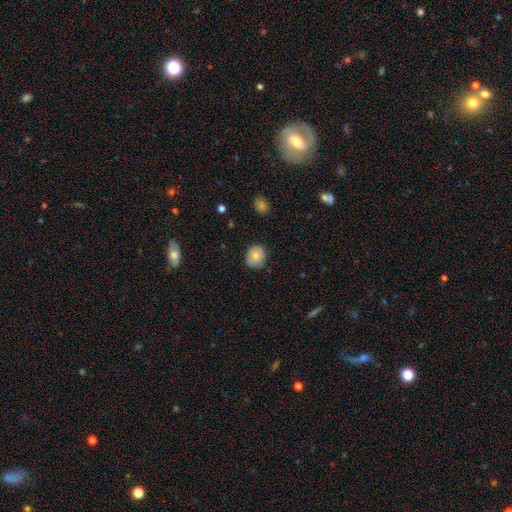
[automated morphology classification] Q: Smooth or featured?
A: smooth (80%); runner-up: featured or disk (11%)
Q: How rounded?
A: round (78%); runner-up: in between (22%)
Q: Merging?
A: none (84%); runner-up: minor disturbance (13%)